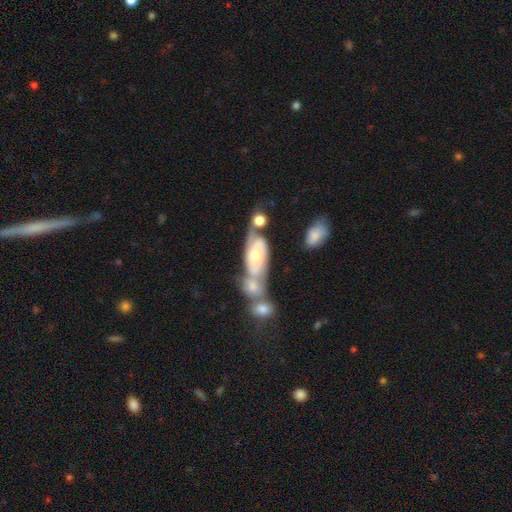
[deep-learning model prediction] Smooth or featured: featured or disk — 67% (smooth — 26%)
Edge-on disk: no — 89% (yes — 11%)
Bar: no — 64% (weak — 28%)
Spiral arms: yes — 79% (no — 21%)
Bulge size: moderate — 46% (small — 32%)
Merging: merger — 53% (none — 24%)